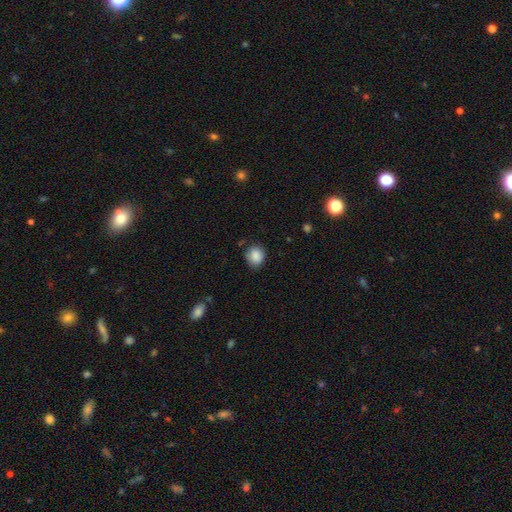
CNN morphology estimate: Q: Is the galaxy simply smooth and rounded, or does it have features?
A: smooth — 87%.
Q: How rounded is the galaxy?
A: round — 72%.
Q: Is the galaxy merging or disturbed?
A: none — 79%.